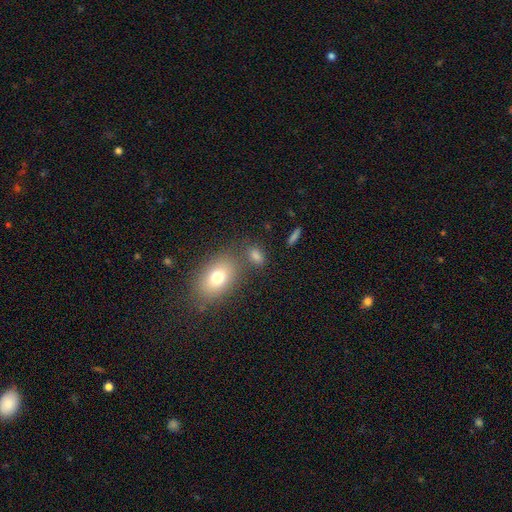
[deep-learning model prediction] Smooth or featured: smooth — 73% (star or artifact — 15%)
How rounded: in between — 76% (round — 19%)
Merging: none — 67% (merger — 16%)